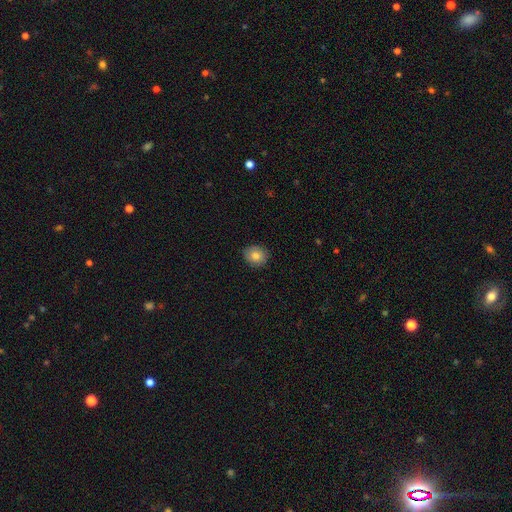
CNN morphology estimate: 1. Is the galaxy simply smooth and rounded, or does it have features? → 82% smooth, 9% star or artifact, 9% featured or disk.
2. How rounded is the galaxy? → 76% round, 23% in between, 1% cigar-shaped.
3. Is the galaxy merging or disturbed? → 87% none, 10% minor disturbance, 2% major disturbance, 1% merger.